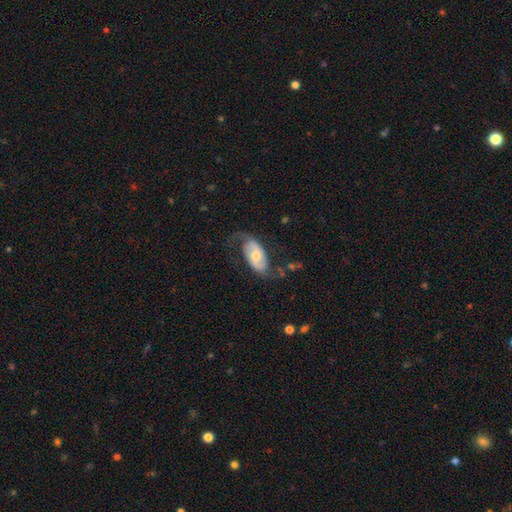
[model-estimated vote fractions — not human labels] This is likely a featured or disk galaxy (69%). It is clearly not viewed edge-on (94%). Bar: possibly no (58%). Spiral arm pattern: clearly yes (86%). Spiral arm count: clearly 2 (82%). Spiral winding: possibly loose (52%). Central bulge: likely moderate (61%). Merging: possibly none (56%).